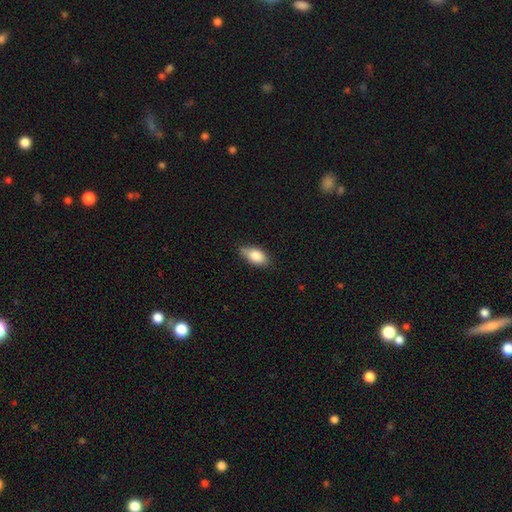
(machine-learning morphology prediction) Q: Smooth or featured?
A: smooth (81%); runner-up: featured or disk (12%)
Q: How rounded?
A: in between (89%); runner-up: cigar-shaped (7%)
Q: Merging?
A: none (72%); runner-up: minor disturbance (23%)